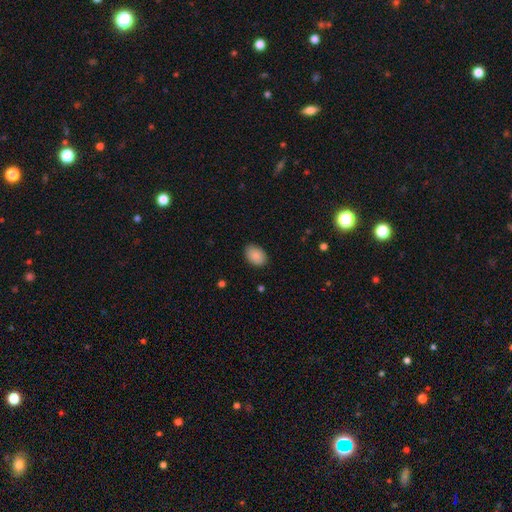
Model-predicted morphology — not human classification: This appears to be a smooth galaxy with no disk features (89%) that is in between round and cigar-shaped (83%). Merging: none (86%).